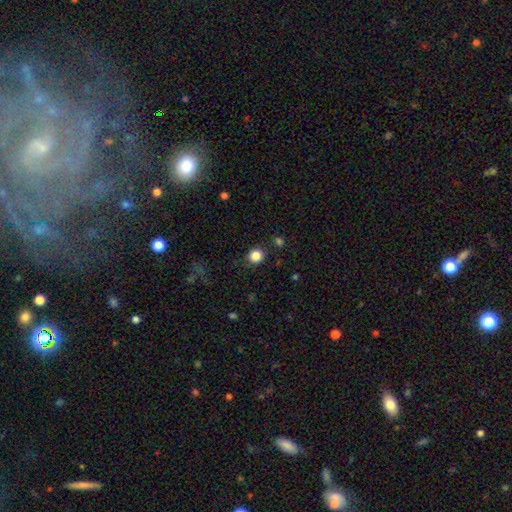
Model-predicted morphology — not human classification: smooth-or-featured: smooth: 84% | star or artifact: 11% | featured or disk: 4%
  how-rounded: round: 88% | in between: 11% | cigar-shaped: 1%
  merging: none: 87% | minor disturbance: 8% | major disturbance: 3% | merger: 2%